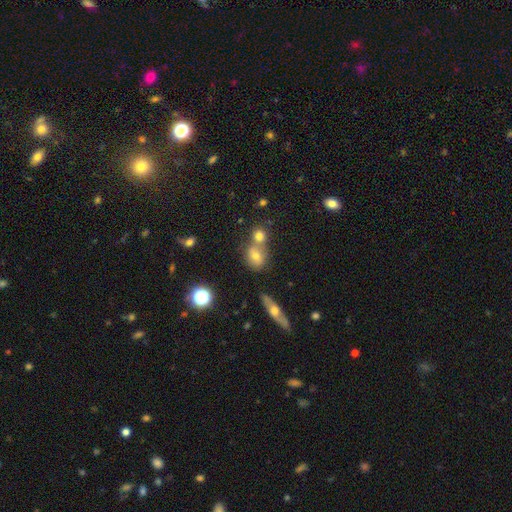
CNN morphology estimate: Q: Smooth or featured?
A: smooth (57%); runner-up: featured or disk (23%)
Q: How rounded?
A: round (59%); runner-up: in between (36%)
Q: Merging?
A: none (51%); runner-up: merger (37%)